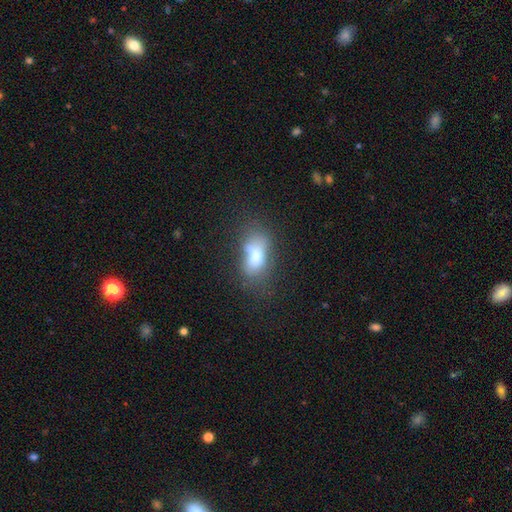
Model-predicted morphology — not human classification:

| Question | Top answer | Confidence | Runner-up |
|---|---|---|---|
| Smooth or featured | smooth | 65% | featured or disk (23%) |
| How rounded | in between | 84% | round (11%) |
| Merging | none | 39% | minor disturbance (24%) |